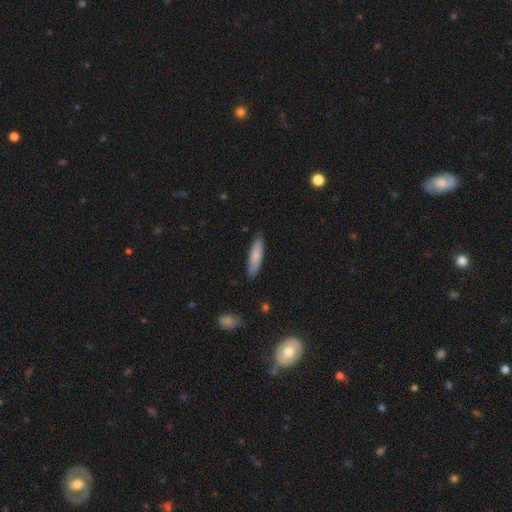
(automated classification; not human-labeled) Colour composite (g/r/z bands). It shows a smooth galaxy with no disk features (82%) that is cigar-shaped (72%). Merging: none (86%).